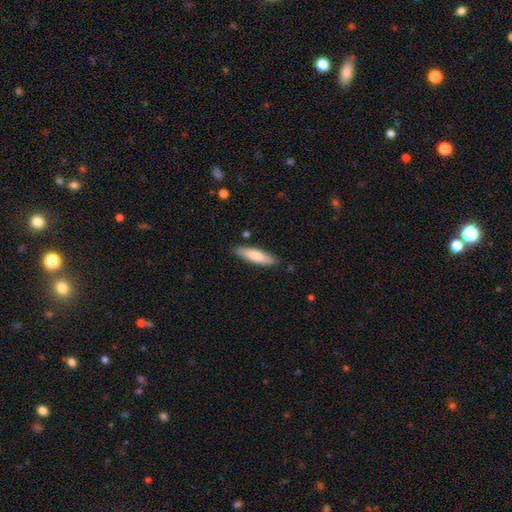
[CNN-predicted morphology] Smooth or featured?
  - smooth: 78% *
  - featured or disk: 16%
  - star or artifact: 5%
How rounded?
  - cigar-shaped: 65% *
  - in between: 34%
  - round: 1%
Merging?
  - none: 85% *
  - minor disturbance: 11%
  - major disturbance: 2%
  - merger: 2%